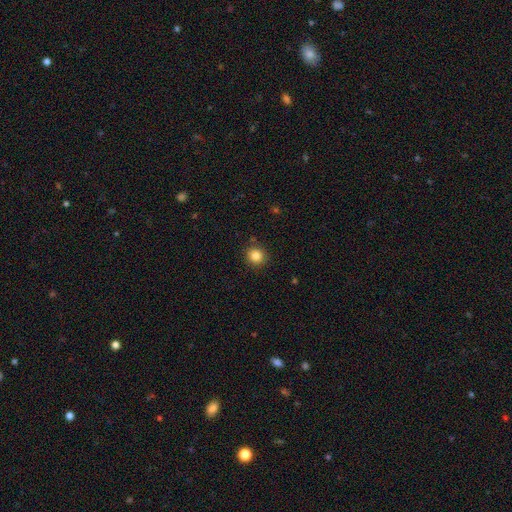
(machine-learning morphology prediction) A smooth galaxy with no disk features (85%) that is round (89%).

Vote fractions:
- Smooth or featured? smooth: 85% / star or artifact: 11% / featured or disk: 5%
- How rounded? round: 89% / in between: 10% / cigar-shaped: 1%
- Merging? none: 88% / minor disturbance: 7% / major disturbance: 2% / merger: 2%